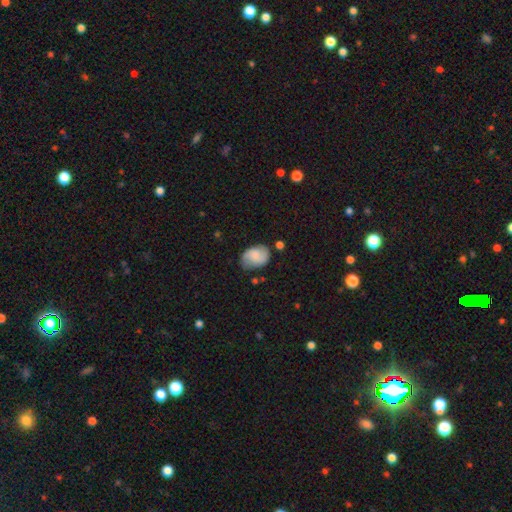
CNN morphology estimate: This is possibly a smooth galaxy (58%). How rounded: likely in between (77%). Merging: likely none (66%).